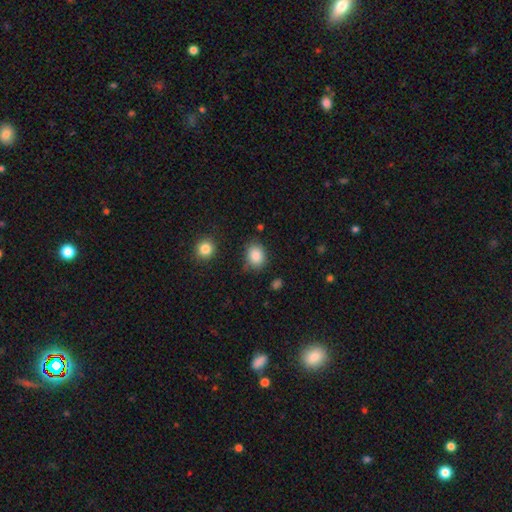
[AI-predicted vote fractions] Overall: smooth (87%). How rounded: round (51%; in between 48%). Merging: none (77%).